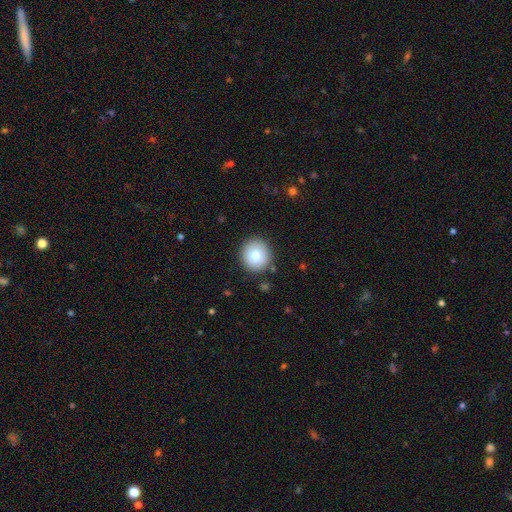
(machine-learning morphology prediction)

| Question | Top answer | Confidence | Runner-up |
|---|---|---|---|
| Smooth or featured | smooth | 81% | featured or disk (11%) |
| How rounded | round | 88% | in between (11%) |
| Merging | none | 88% | minor disturbance (8%) |